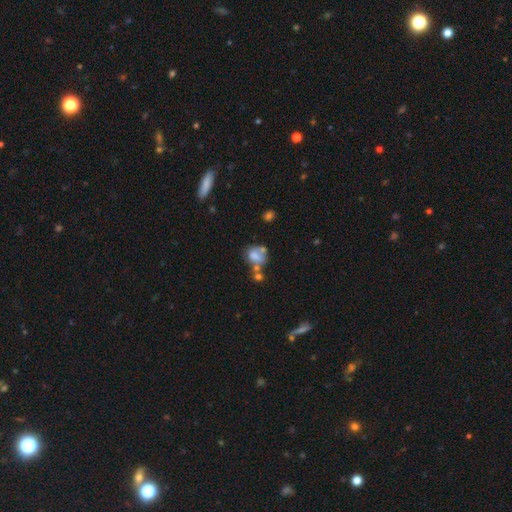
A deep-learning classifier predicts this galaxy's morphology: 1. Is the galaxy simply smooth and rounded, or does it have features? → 61% smooth, 28% featured or disk, 11% star or artifact.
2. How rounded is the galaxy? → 52% in between, 47% round, 1% cigar-shaped.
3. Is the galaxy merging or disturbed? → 36% merger, 30% none, 19% minor disturbance, 15% major disturbance.